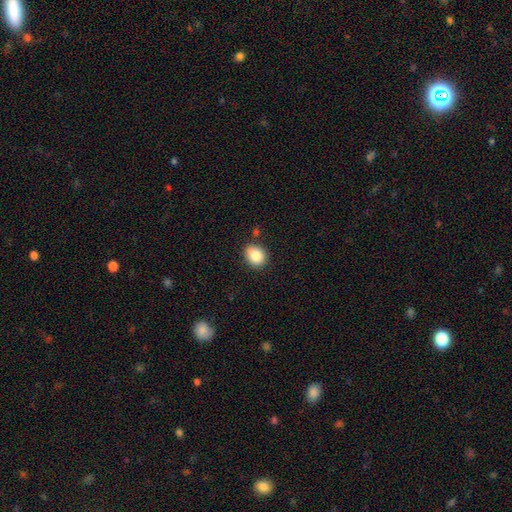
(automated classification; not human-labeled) smooth 84%, star or artifact 9%, featured or disk 7%. Down the decision tree: how rounded — round (61%); merging — none (81%).